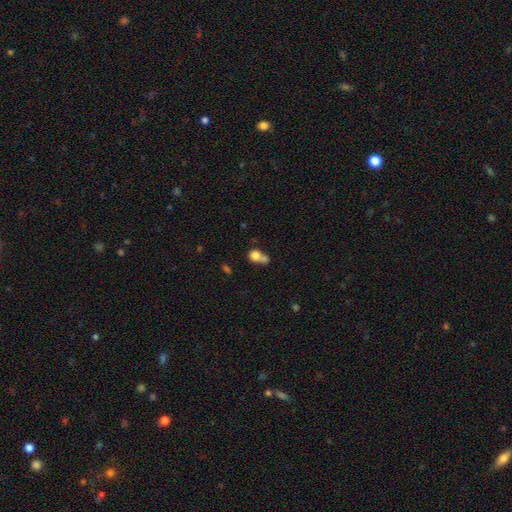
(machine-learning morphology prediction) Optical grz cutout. It shows a smooth galaxy with no disk features (76%) that is round (61%). Merging: merger (52%).